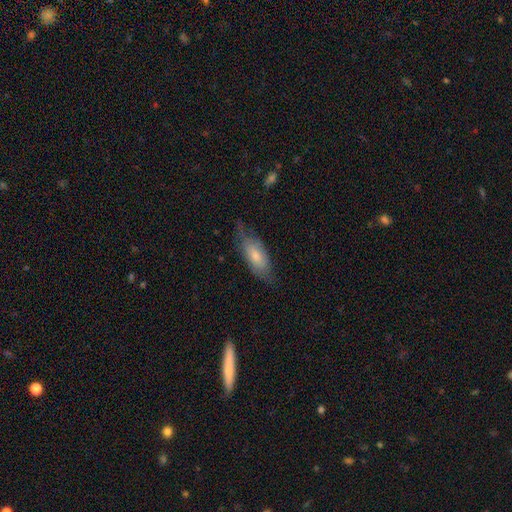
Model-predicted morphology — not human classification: A smooth galaxy with no disk features (66%) that is in between round and cigar-shaped (77%). Merging: none (59%).